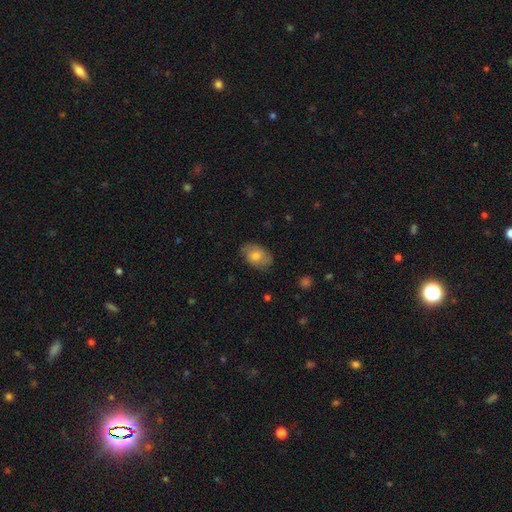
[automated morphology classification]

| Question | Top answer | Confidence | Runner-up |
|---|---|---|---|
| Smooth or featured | smooth | 69% | featured or disk (23%) |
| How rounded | in between | 85% | round (14%) |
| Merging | none | 76% | minor disturbance (19%) |